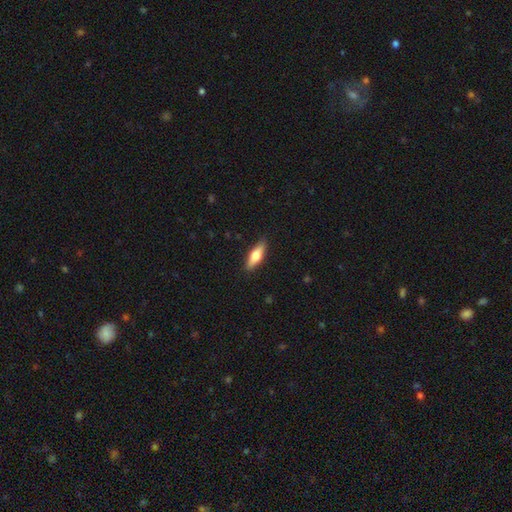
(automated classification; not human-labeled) A smooth galaxy with no disk features (58%) that is in between round and cigar-shaped (53%). Merging: none (89%).